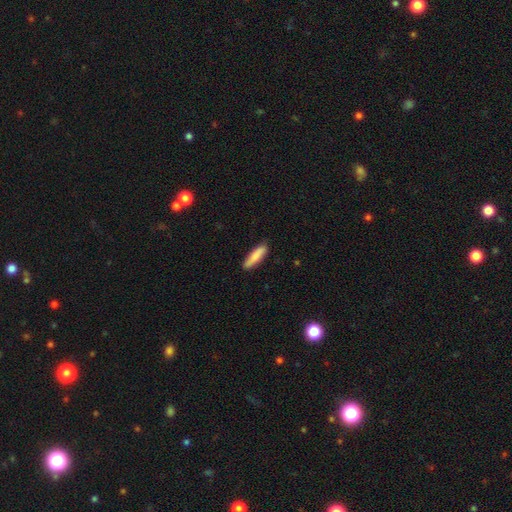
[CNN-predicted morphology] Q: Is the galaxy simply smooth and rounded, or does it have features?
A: smooth — 85%.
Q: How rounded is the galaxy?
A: cigar-shaped — 75%.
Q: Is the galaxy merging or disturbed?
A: none — 86%.